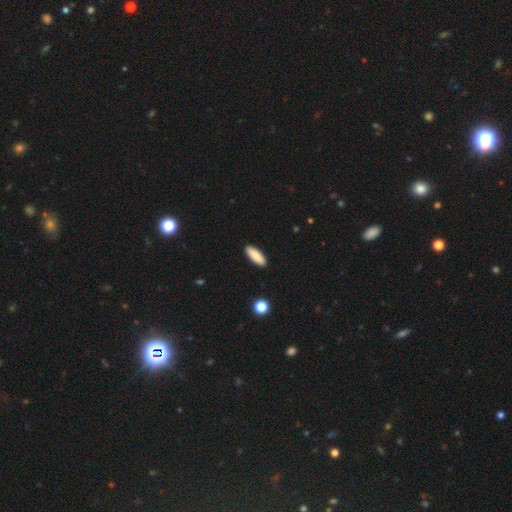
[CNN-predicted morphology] This appears to be a smooth galaxy with no disk features (88%) that is in between round and cigar-shaped (65%). Merging: none (91%).